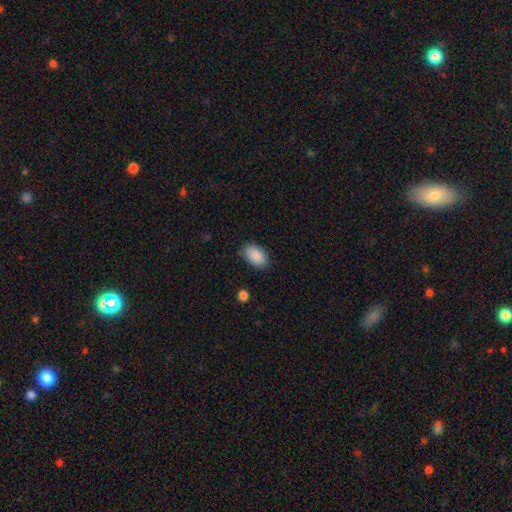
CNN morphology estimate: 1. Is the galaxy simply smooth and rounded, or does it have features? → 90% smooth, 7% star or artifact, 4% featured or disk.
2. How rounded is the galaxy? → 93% in between, 6% round, 1% cigar-shaped.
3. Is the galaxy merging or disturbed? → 81% none, 15% minor disturbance, 3% major disturbance, 1% merger.